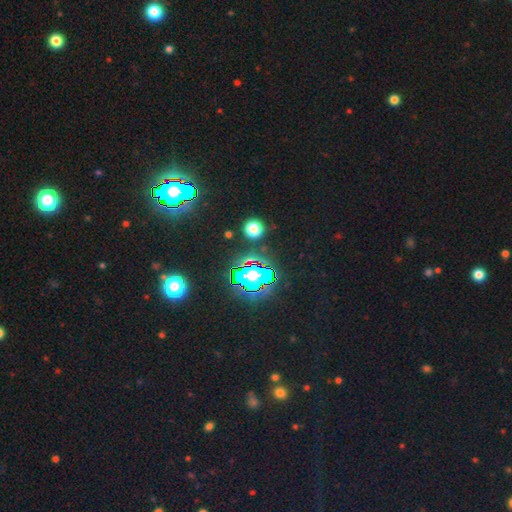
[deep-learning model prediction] star or artifact 83%, smooth 10%, featured or disk 7%.